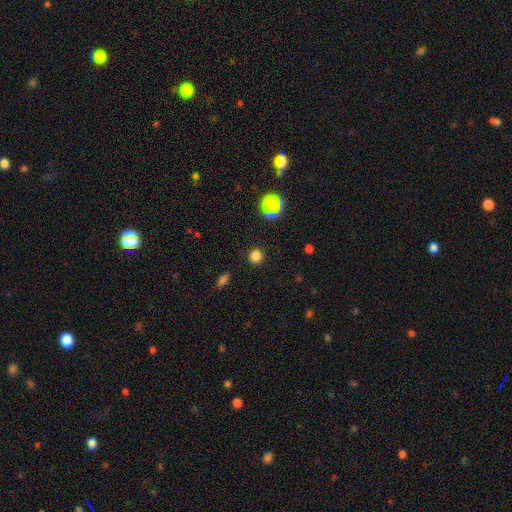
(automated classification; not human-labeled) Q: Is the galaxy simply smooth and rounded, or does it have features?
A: smooth — 78%.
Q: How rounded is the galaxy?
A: round — 92%.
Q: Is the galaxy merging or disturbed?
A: none — 89%.